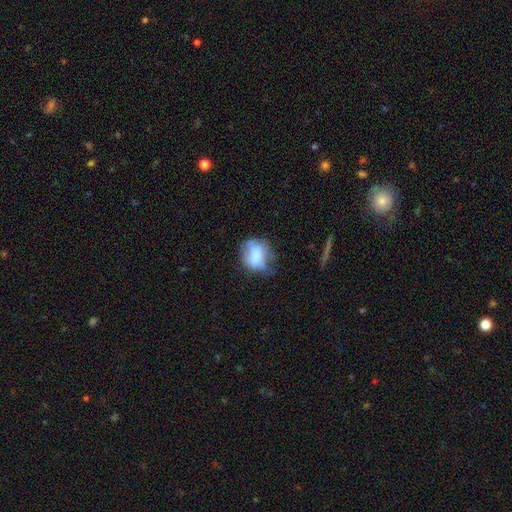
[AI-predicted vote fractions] This appears to be a smooth galaxy with no disk features (70%) that is round (51%). Merging: none (39%).